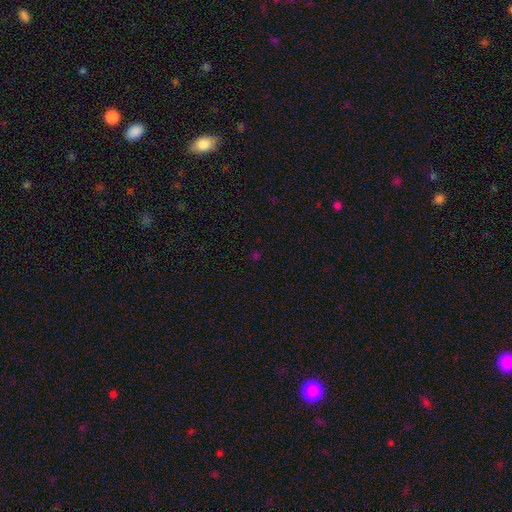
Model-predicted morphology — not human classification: smooth_or_featured: star or artifact (p=0.57) [alt: smooth p=0.37]